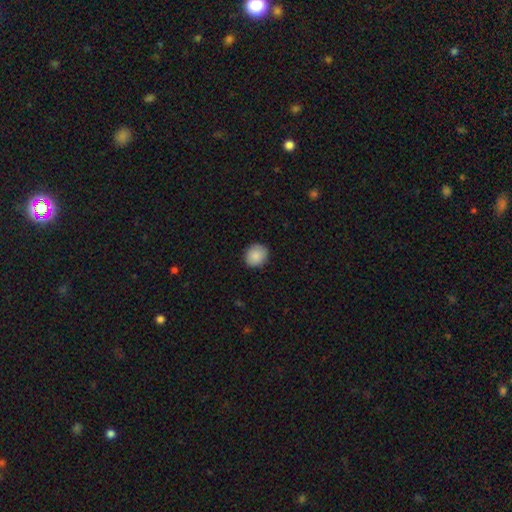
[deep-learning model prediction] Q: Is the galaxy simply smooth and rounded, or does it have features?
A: smooth — 88%.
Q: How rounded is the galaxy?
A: round — 80%.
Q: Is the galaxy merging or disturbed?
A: none — 88%.